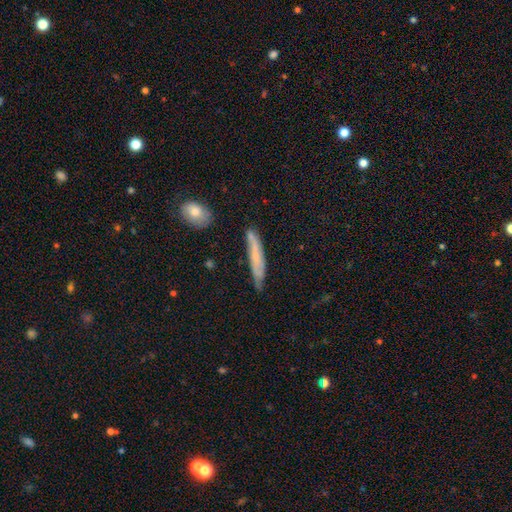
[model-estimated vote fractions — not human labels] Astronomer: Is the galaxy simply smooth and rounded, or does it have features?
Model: smooth — 54% (runner-up: featured or disk, 37%).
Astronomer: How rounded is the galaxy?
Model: cigar-shaped — 91%.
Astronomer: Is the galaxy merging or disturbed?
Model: none — 68%.